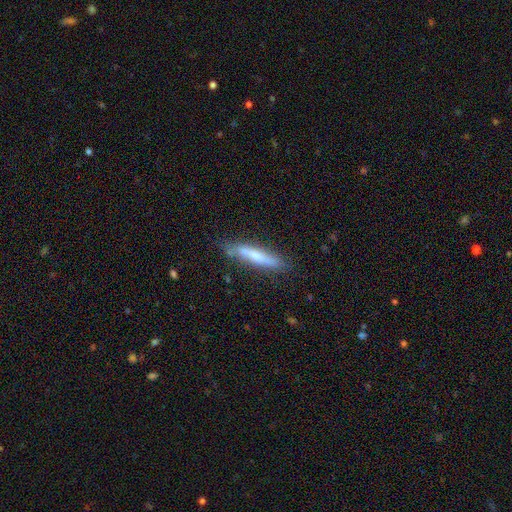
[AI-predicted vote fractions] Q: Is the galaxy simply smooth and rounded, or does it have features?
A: smooth — 57%.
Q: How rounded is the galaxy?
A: cigar-shaped — 89%.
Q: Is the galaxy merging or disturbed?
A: none — 70%.